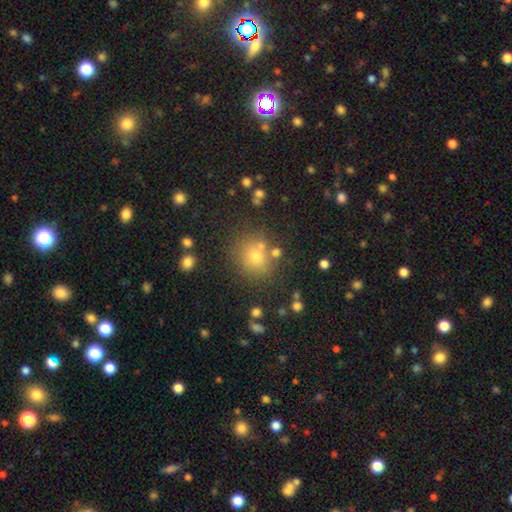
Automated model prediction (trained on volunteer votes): Smooth or featured? Predicted: smooth (p=0.70). How rounded? Predicted: round (p=0.83). Merging? Predicted: none (p=0.76).